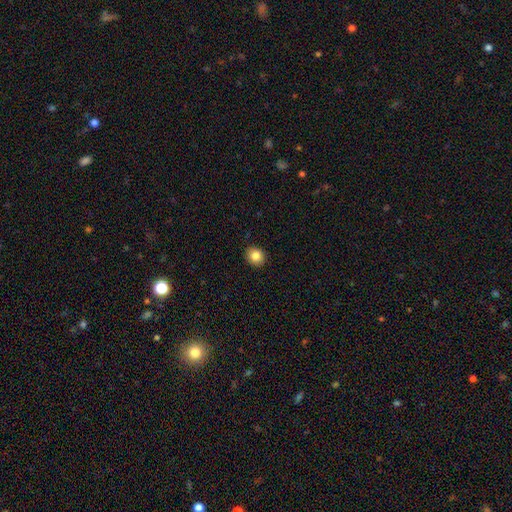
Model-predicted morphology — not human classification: Smooth or featured?
  - smooth: 84% *
  - star or artifact: 10%
  - featured or disk: 6%
How rounded?
  - round: 69% *
  - in between: 30%
  - cigar-shaped: 1%
Merging?
  - none: 91% *
  - minor disturbance: 7%
  - major disturbance: 2%
  - merger: 1%